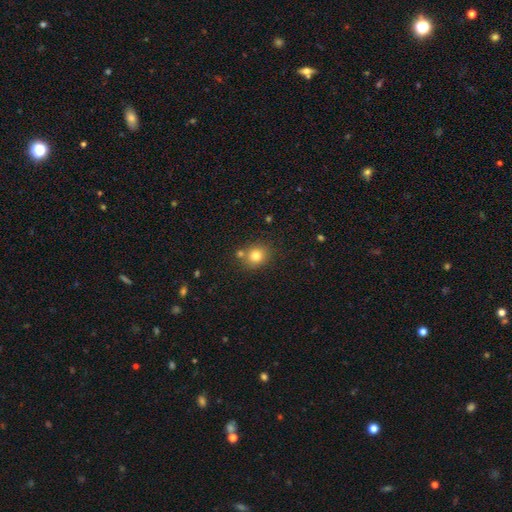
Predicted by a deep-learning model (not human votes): smooth 79%, star or artifact 13%, featured or disk 9%. Down the decision tree: how rounded — round (80%); merging — none (72%).